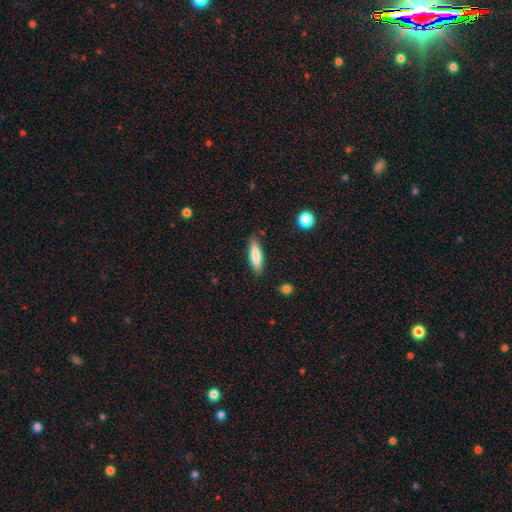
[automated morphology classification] Smooth or featured? Predicted: smooth (p=0.80). How rounded? Predicted: cigar-shaped (p=0.64). Merging? Predicted: none (p=0.86).